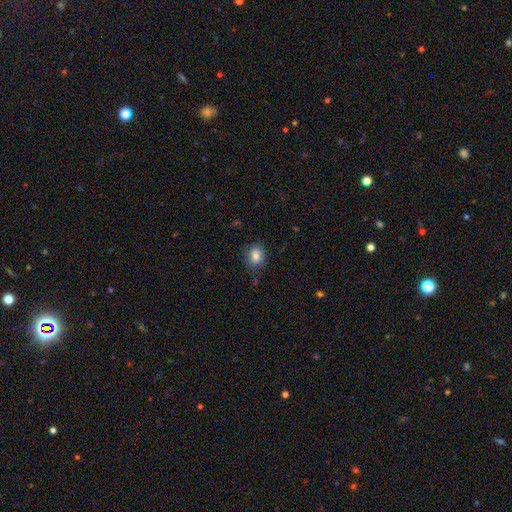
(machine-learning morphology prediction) Smooth or featured? Predicted: smooth (p=0.82). How rounded? Predicted: in between (p=0.58). Merging? Predicted: none (p=0.75).